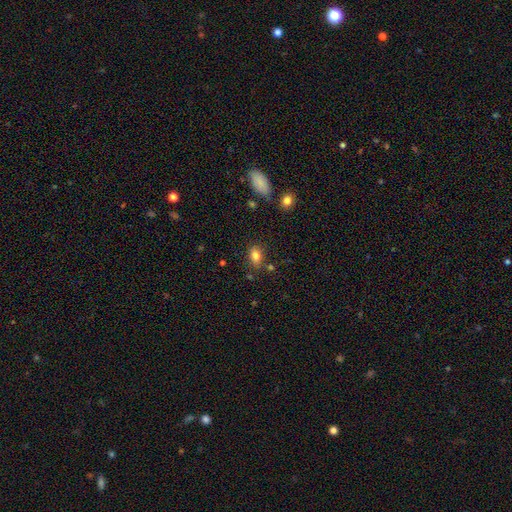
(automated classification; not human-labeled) The model was most divided on "merging": none: 76%, minor disturbance: 15%, merger: 5%, major disturbance: 4%. More confident: how rounded — in between (82%); smooth or featured — smooth (81%).